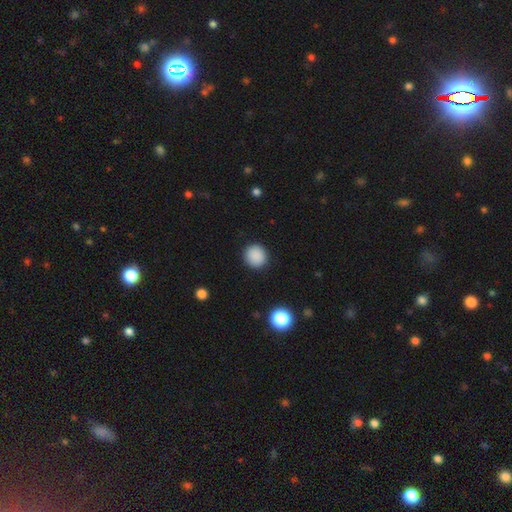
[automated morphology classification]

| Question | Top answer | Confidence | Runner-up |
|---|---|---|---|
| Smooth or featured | smooth | 88% | star or artifact (9%) |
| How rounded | round | 94% | in between (5%) |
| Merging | none | 92% | minor disturbance (5%) |